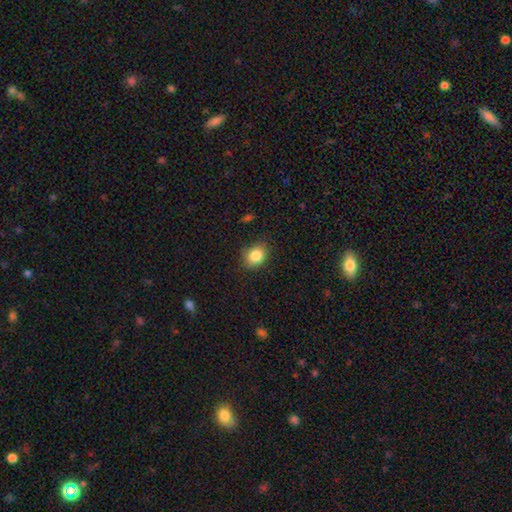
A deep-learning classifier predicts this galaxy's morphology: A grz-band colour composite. It shows a smooth galaxy with no disk features (85%) that is in between round and cigar-shaped (52%). Merging: none (82%).